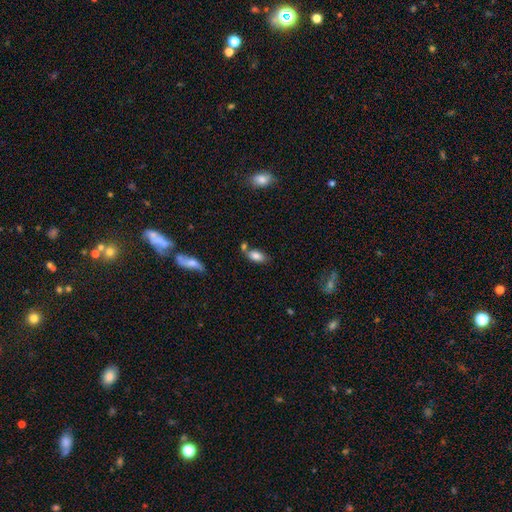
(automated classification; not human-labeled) This is clearly a smooth galaxy (82%). How rounded: clearly in between (90%). Merging: possibly none (59%).